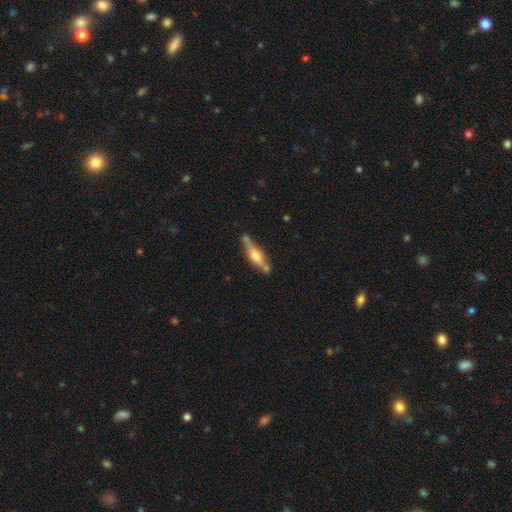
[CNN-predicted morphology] This appears to be a featured or disk galaxy (54%) viewed edge-on (88%). Merging: none (66%).